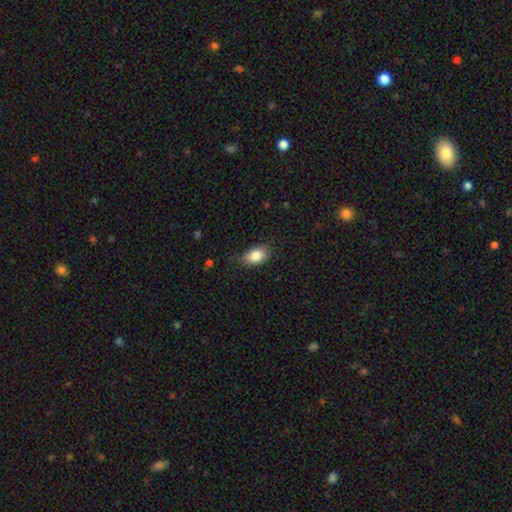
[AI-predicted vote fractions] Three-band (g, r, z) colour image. It shows a smooth galaxy with no disk features (85%) that is in between round and cigar-shaped (86%). Merging: none (74%).